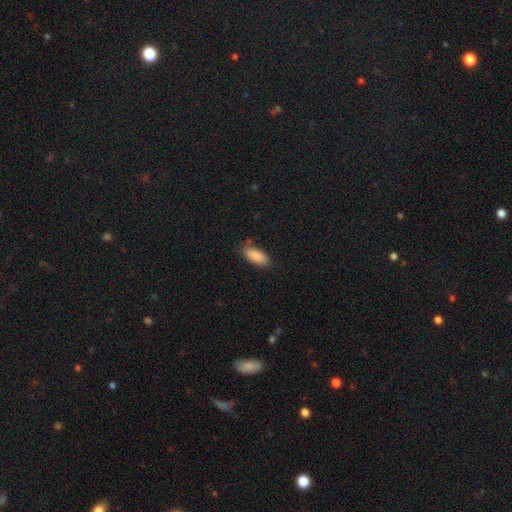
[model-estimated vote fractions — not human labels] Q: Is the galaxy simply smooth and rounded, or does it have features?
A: smooth — 87%.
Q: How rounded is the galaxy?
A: in between — 87%.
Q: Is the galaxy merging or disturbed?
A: none — 78%.